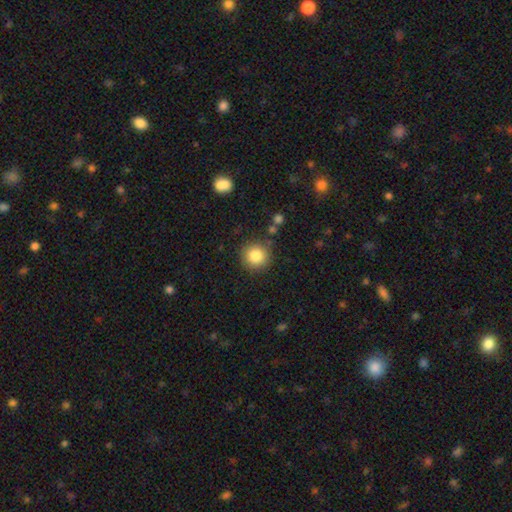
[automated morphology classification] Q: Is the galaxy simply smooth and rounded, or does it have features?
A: smooth — 84%.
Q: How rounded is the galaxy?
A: round — 93%.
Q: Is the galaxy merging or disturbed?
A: none — 86%.